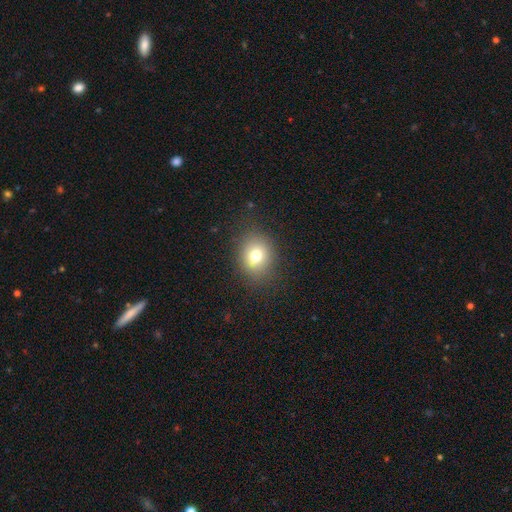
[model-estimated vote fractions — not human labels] The model was most divided on "how rounded": round: 63%, in between: 36%, cigar-shaped: 1%. More confident: merging — none (84%); smooth or featured — smooth (74%).